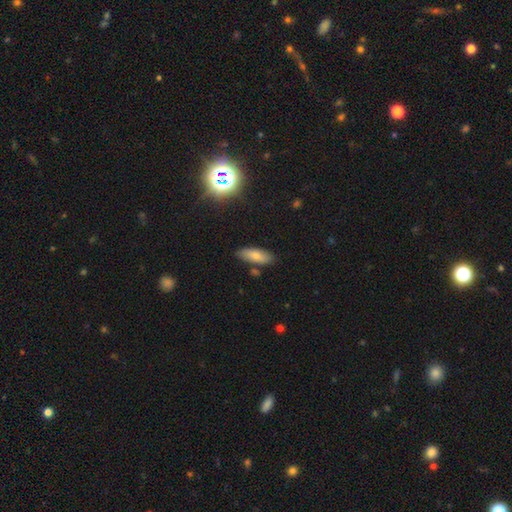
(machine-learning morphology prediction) smooth-or-featured: smooth: 75% | featured or disk: 15% | star or artifact: 10%
  how-rounded: in between: 70% | cigar-shaped: 27% | round: 2%
  merging: none: 82% | minor disturbance: 12% | merger: 4% | major disturbance: 2%